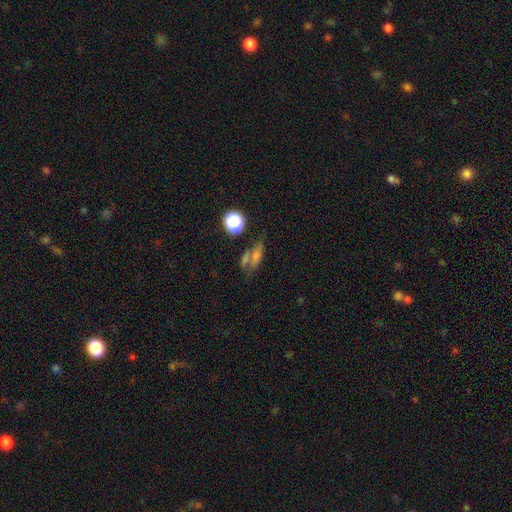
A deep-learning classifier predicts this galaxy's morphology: Smooth or featured? smooth (55%)
How rounded? in between (56%)
Merging? none (44%)